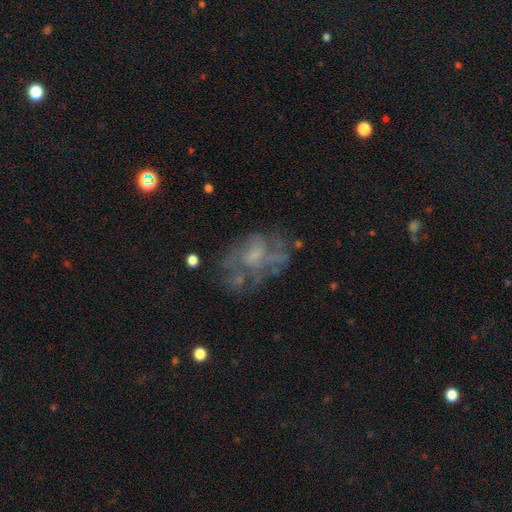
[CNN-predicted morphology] The model was most divided on "bulge size": small: 36%, none: 35%, moderate: 25%, large: 3%, dominant: 1%. Remaining: edge-on disk — no (97%); bar — no (74%); smooth or featured — featured or disk (62%); spiral arms — no (61%); merging — none (49%).